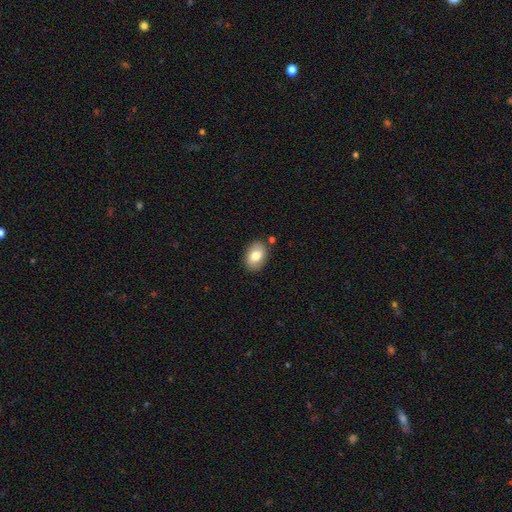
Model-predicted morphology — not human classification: Smooth or featured? Predicted: smooth (p=0.77). How rounded? Predicted: in between (p=0.83). Merging? Predicted: none (p=0.83).